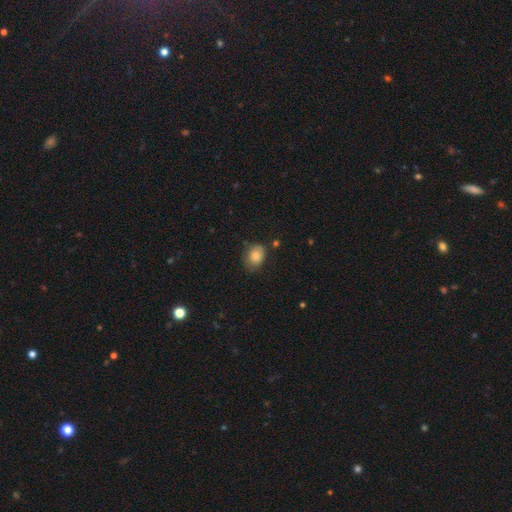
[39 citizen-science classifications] Smooth or featured? smooth (82%)
How rounded? in between (59%)
Merging? none (61%)